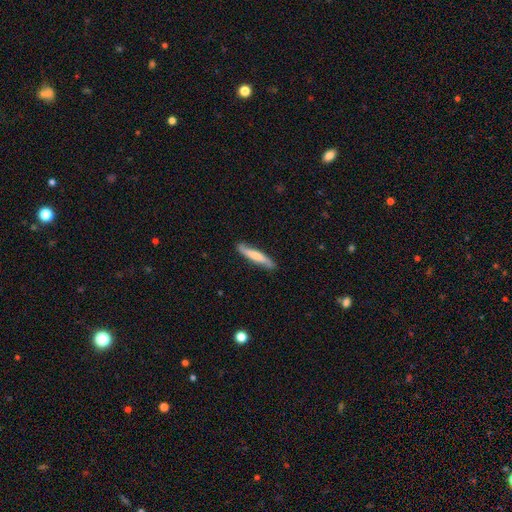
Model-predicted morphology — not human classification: smooth 59%, featured or disk 36%, star or artifact 5%. Down the decision tree: how rounded — cigar-shaped (90%); merging — none (84%).